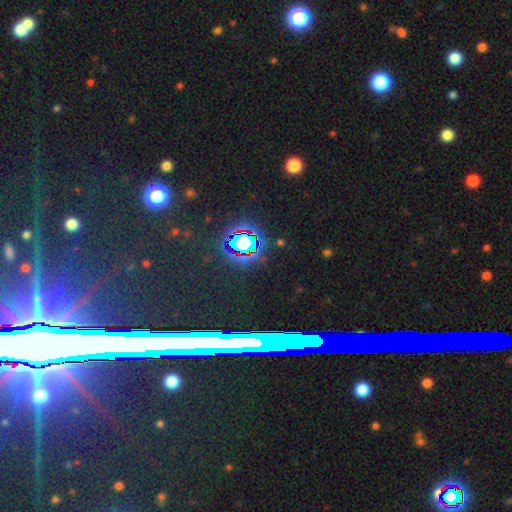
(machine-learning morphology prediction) Smooth or featured?
  - star or artifact: 80% *
  - featured or disk: 11%
  - smooth: 9%